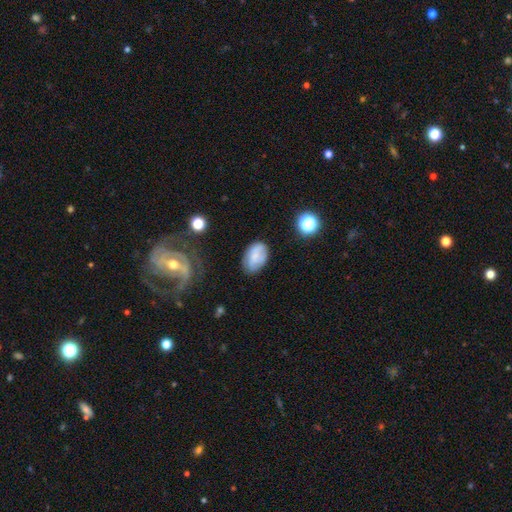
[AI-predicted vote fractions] This appears to be a smooth galaxy with no disk features (67%) that is in between round and cigar-shaped (88%). Merging: none (68%).